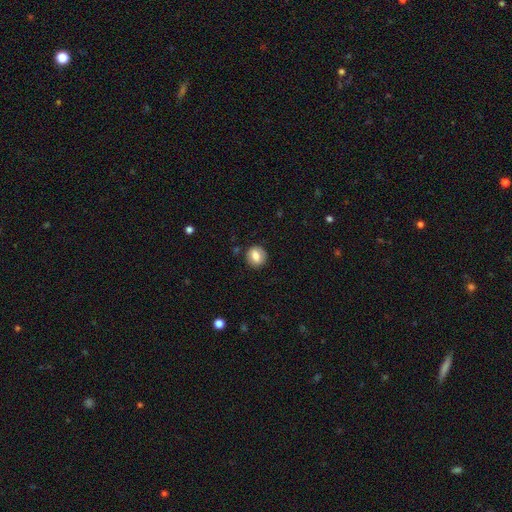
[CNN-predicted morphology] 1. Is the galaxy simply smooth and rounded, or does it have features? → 78% smooth, 13% featured or disk, 8% star or artifact.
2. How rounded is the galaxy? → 77% round, 22% in between, 1% cigar-shaped.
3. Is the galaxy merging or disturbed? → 85% none, 11% minor disturbance, 3% major disturbance, 2% merger.